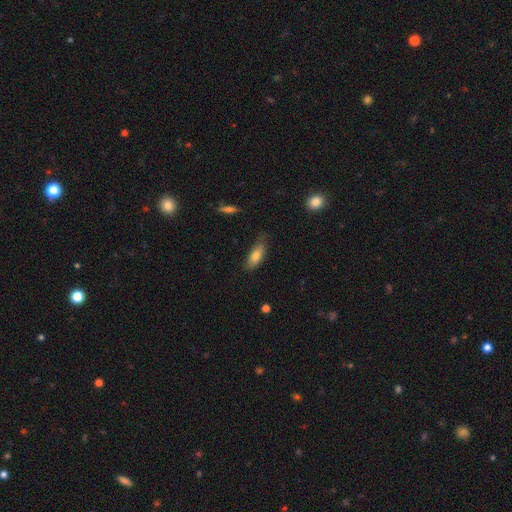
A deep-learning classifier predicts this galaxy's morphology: smooth-or-featured: smooth: 77% | featured or disk: 16% | star or artifact: 7%
  how-rounded: in between: 70% | cigar-shaped: 28% | round: 2%
  merging: none: 67% | minor disturbance: 26% | major disturbance: 5% | merger: 2%